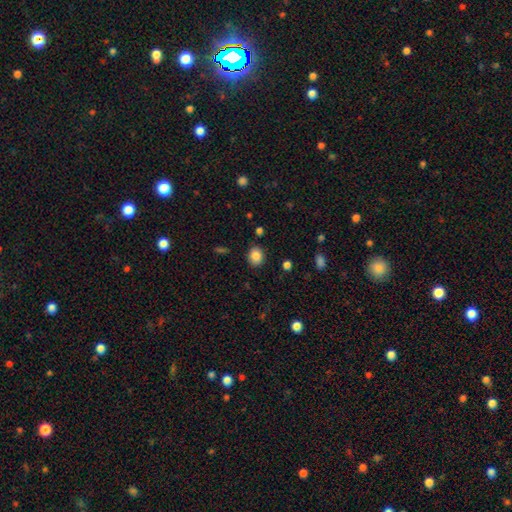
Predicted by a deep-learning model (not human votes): smooth 85%, star or artifact 9%, featured or disk 6%. Down the decision tree: how rounded — round (55%); merging — none (87%).